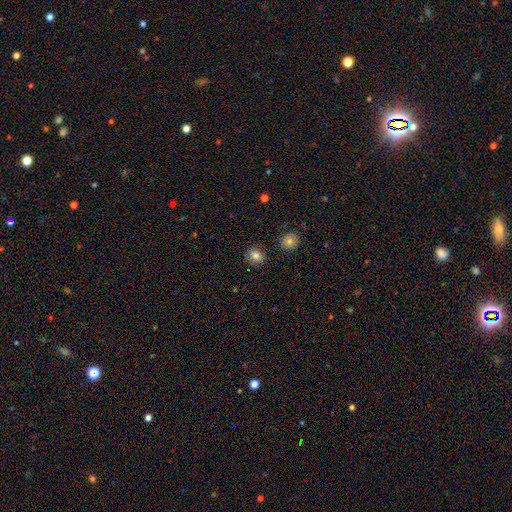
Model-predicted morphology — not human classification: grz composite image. It shows a smooth galaxy with no disk features (80%) that is round (69%). Merging: none (88%).